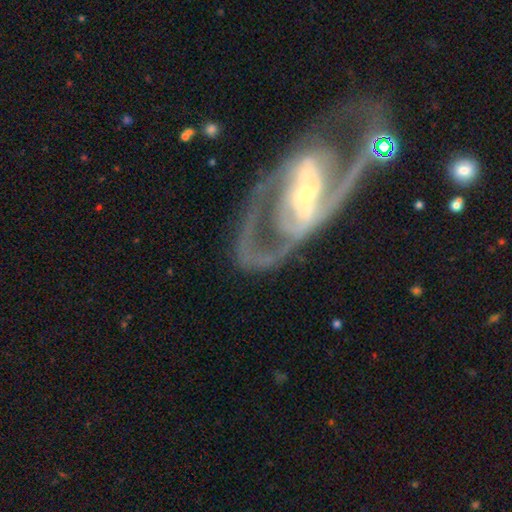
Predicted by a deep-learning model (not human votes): Smooth or featured?
  - featured or disk: 88% *
  - smooth: 6%
  - star or artifact: 5%
Edge-on disk?
  - no: 95% *
  - yes: 5%
Bar?
  - strong: 51% *
  - weak: 30%
  - no: 19%
Spiral arms?
  - yes: 89% *
  - no: 11%
Spiral winding?
  - medium: 50% *
  - tight: 30%
  - loose: 19%
Spiral arm count?
  - 2: 79% *
  - can't tell: 8%
  - 1: 4%
  - 3: 4%
  - 4: 2%
  - more than 4: 2%
Bulge size?
  - small: 57% *
  - moderate: 35%
  - large: 5%
  - none: 2%
  - dominant: 1%
Merging?
  - none: 54% *
  - major disturbance: 21%
  - minor disturbance: 16%
  - merger: 10%